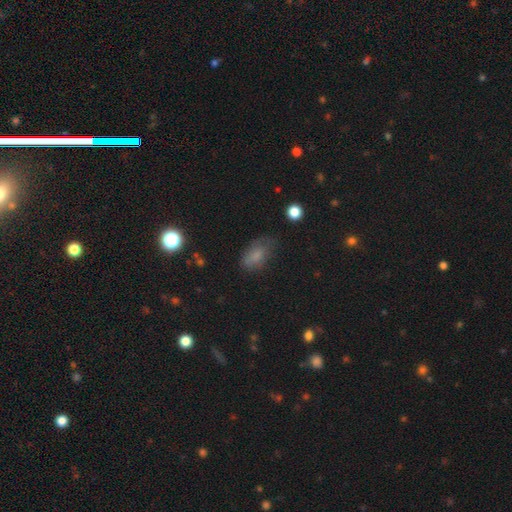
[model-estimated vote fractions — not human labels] Q: Smooth or featured?
A: smooth (74%); runner-up: star or artifact (13%)
Q: How rounded?
A: in between (89%); runner-up: round (7%)
Q: Merging?
A: none (60%); runner-up: minor disturbance (28%)